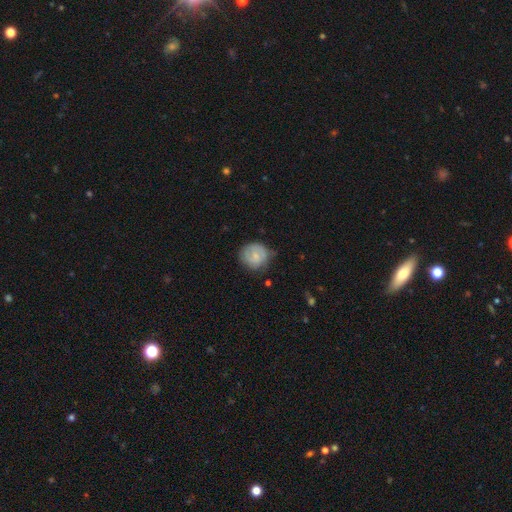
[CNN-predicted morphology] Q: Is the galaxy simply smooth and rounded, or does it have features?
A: smooth — 63%.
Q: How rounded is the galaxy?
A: round — 83%.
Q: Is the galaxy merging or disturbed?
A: none — 58%.